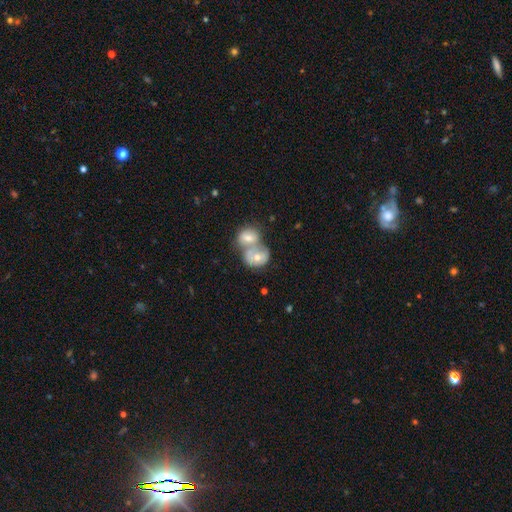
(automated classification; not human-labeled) A smooth galaxy with no disk features (58%) that is round (56%). Merging: merger (77%).